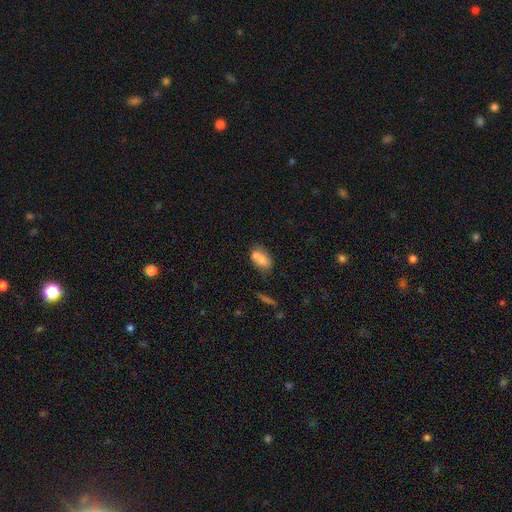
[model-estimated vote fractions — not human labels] smooth-or-featured: smooth: 66% | featured or disk: 20% | star or artifact: 14%
  how-rounded: in between: 76% | round: 20% | cigar-shaped: 4%
  merging: none: 44% | merger: 39% | minor disturbance: 12% | major disturbance: 5%